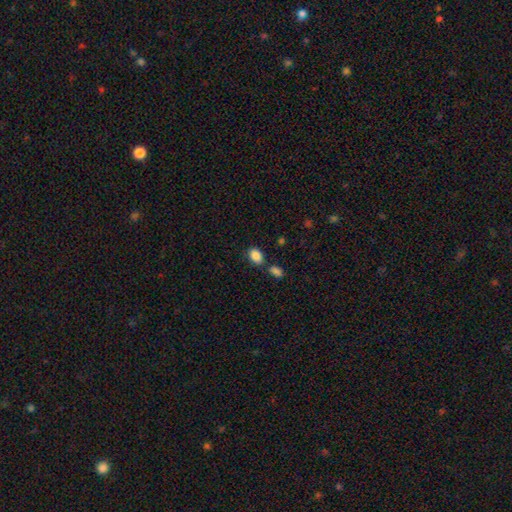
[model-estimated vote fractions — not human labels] This is clearly a smooth galaxy (87%). How rounded: clearly in between (83%). Merging: likely none (68%).